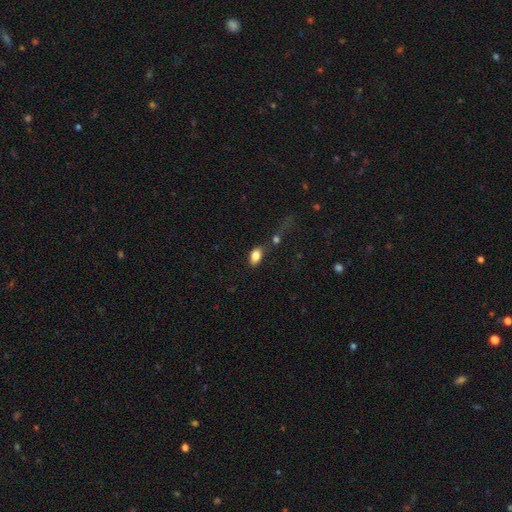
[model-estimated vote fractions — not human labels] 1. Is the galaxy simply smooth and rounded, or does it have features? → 83% smooth, 9% featured or disk, 8% star or artifact.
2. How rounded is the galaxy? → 89% in between, 8% round, 3% cigar-shaped.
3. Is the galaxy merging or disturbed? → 58% none, 18% merger, 15% minor disturbance, 8% major disturbance.